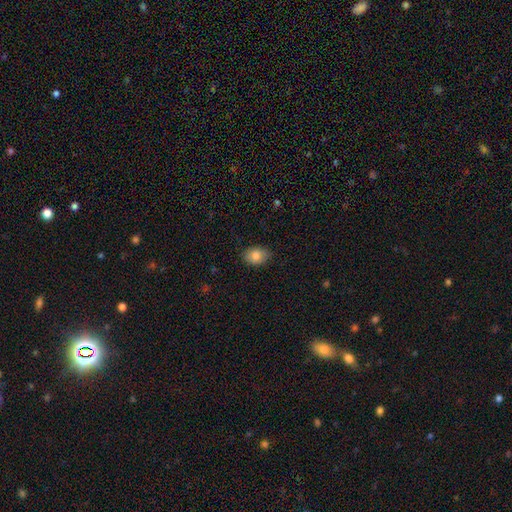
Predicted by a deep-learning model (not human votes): The model was most divided on "how rounded": in between: 77%, round: 22%, cigar-shaped: 1%. More confident: merging — none (84%); smooth or featured — smooth (84%).